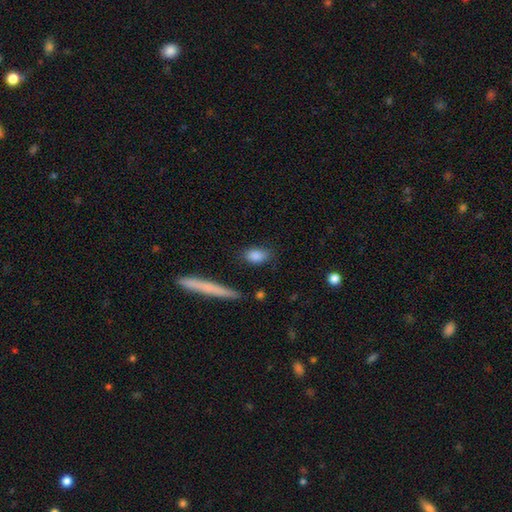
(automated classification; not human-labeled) A smooth galaxy with no disk features (85%) that is in between round and cigar-shaped (79%). Merging: none (79%).